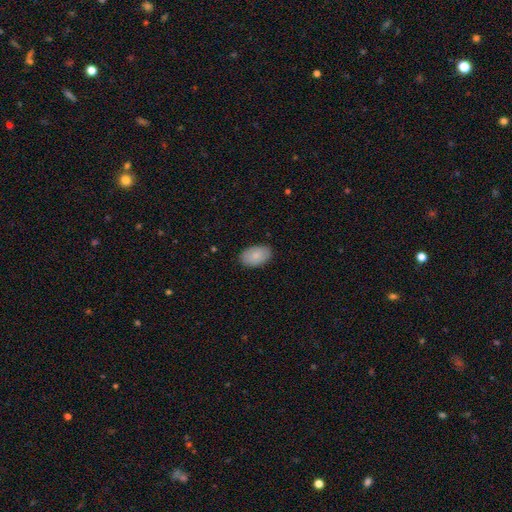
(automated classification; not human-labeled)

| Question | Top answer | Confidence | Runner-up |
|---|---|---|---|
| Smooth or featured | smooth | 85% | featured or disk (9%) |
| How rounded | in between | 93% | round (6%) |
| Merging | none | 85% | minor disturbance (12%) |